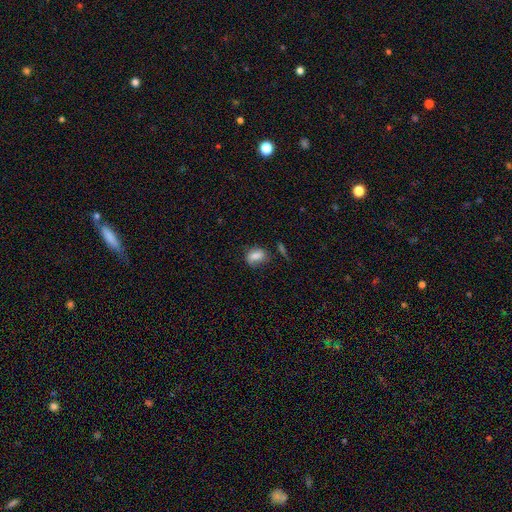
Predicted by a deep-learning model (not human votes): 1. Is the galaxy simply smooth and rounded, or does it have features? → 78% smooth, 13% featured or disk, 9% star or artifact.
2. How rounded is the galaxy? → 75% in between, 23% round, 3% cigar-shaped.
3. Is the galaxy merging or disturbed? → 62% none, 25% minor disturbance, 8% major disturbance, 5% merger.